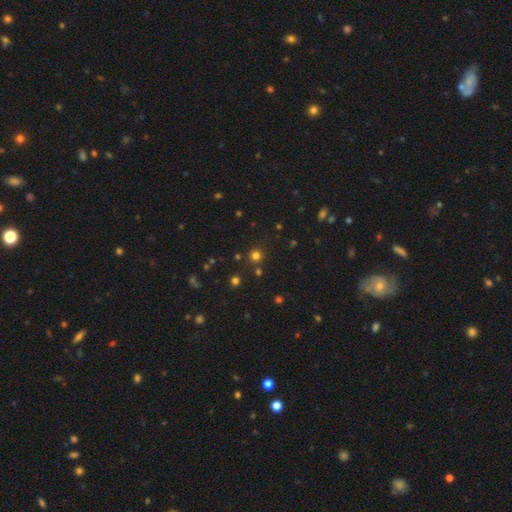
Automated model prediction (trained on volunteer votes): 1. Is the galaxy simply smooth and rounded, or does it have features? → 71% smooth, 24% star or artifact, 5% featured or disk.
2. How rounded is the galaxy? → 93% round, 6% in between, 1% cigar-shaped.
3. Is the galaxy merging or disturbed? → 85% none, 7% minor disturbance, 5% merger, 3% major disturbance.